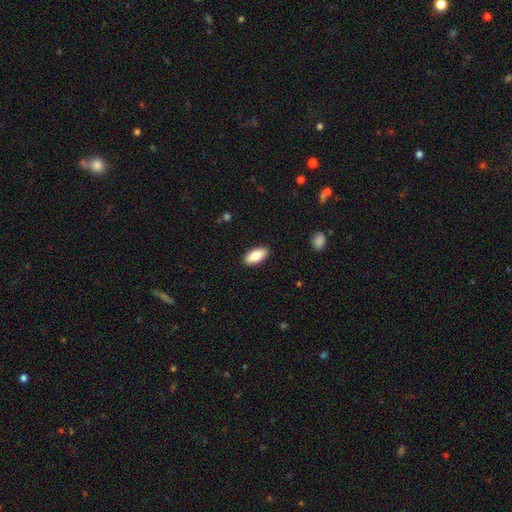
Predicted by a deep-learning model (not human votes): Smooth or featured: smooth — 82% (featured or disk — 12%)
How rounded: in between — 88% (cigar-shaped — 10%)
Merging: none — 90% (minor disturbance — 8%)